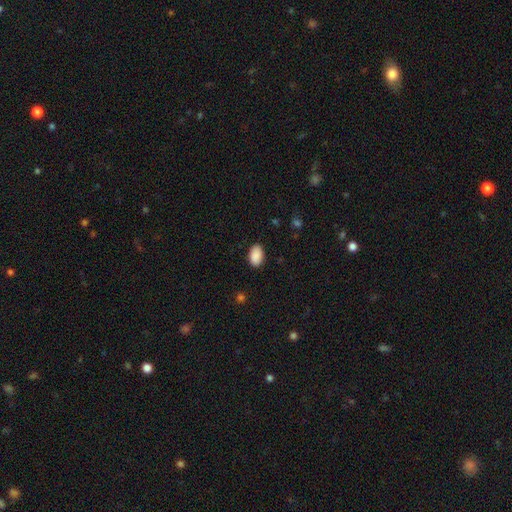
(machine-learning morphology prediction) smooth 90%, star or artifact 7%, featured or disk 3%. Down the decision tree: how rounded — in between (93%); merging — none (87%).